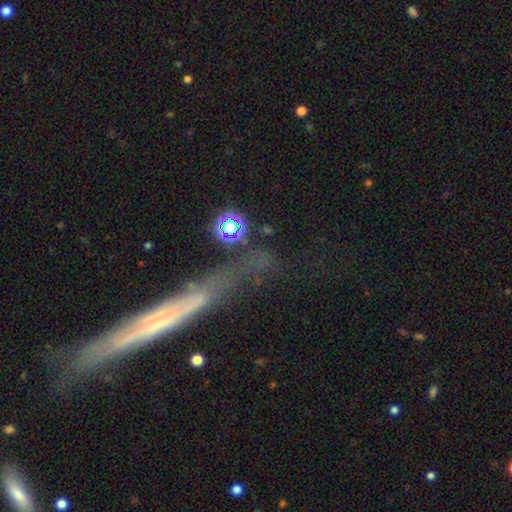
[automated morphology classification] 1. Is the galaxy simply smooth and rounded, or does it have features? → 60% featured or disk, 29% smooth, 12% star or artifact.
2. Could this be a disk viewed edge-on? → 83% yes, 17% no.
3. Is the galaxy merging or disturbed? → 65% none, 22% minor disturbance, 8% major disturbance, 5% merger.